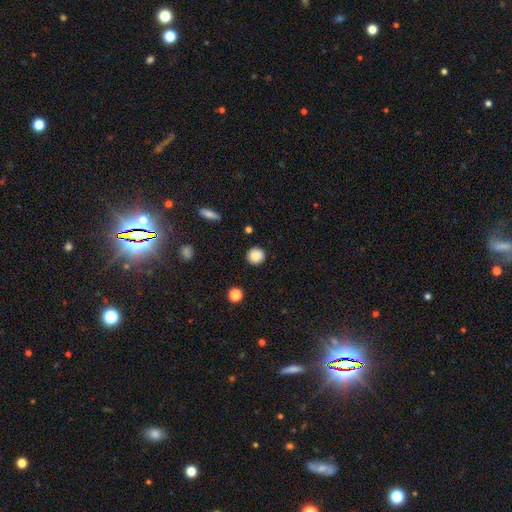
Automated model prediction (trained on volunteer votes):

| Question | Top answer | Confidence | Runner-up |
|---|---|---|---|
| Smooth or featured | smooth | 88% | star or artifact (9%) |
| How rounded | round | 93% | in between (6%) |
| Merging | none | 91% | minor disturbance (6%) |